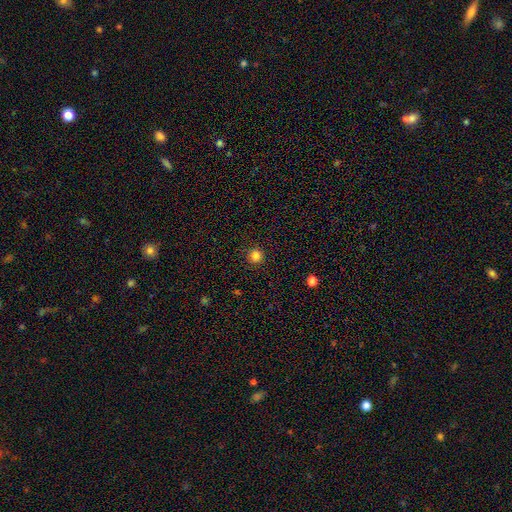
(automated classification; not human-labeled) Q: Smooth or featured?
A: smooth (84%); runner-up: star or artifact (13%)
Q: How rounded?
A: round (95%); runner-up: in between (4%)
Q: Merging?
A: none (92%); runner-up: minor disturbance (5%)